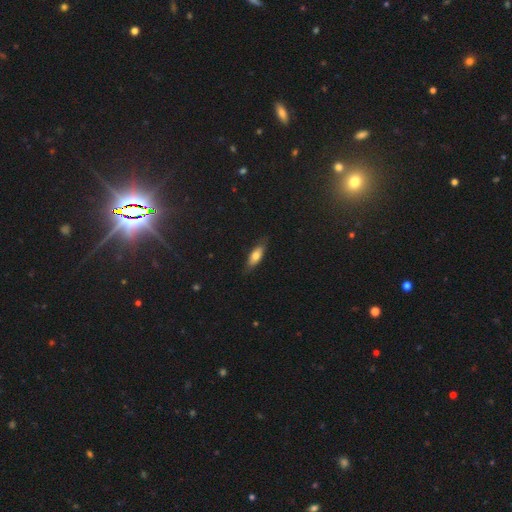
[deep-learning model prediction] Overall: smooth (70%). How rounded: in between (66%; cigar-shaped 32%). Merging: none (80%).